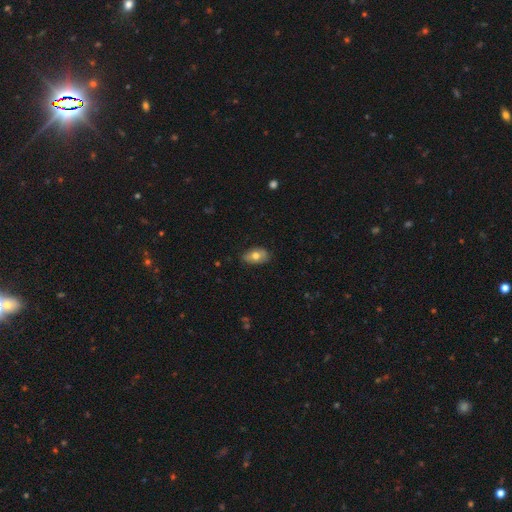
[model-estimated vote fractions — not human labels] Smooth or featured? smooth (68%)
How rounded? in between (90%)
Merging? none (77%)